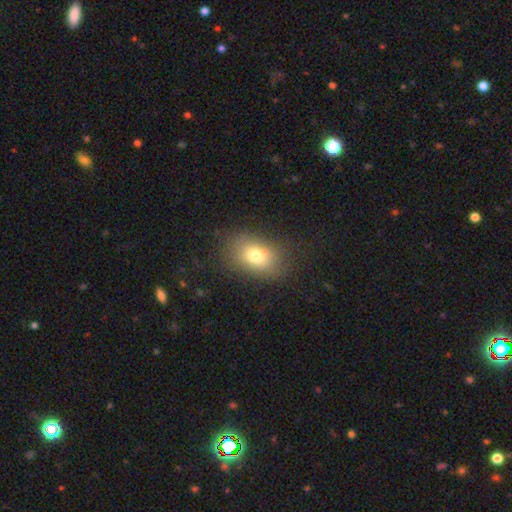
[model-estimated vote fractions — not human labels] Q: Smooth or featured?
A: smooth (73%); runner-up: featured or disk (15%)
Q: How rounded?
A: in between (74%); runner-up: round (25%)
Q: Merging?
A: none (75%); runner-up: minor disturbance (16%)